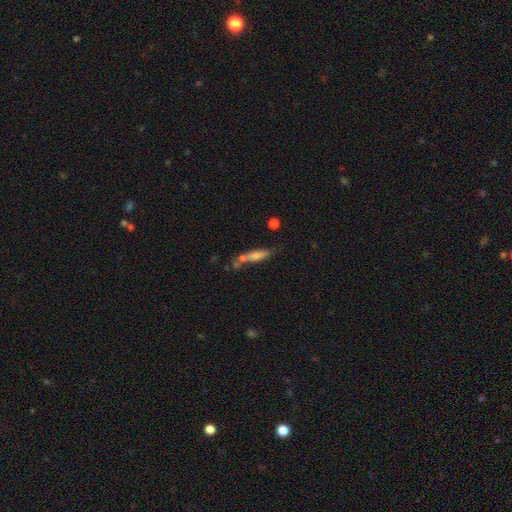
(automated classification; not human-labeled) A smooth galaxy with no disk features (54%) that is cigar-shaped (80%). Merging: none (56%).